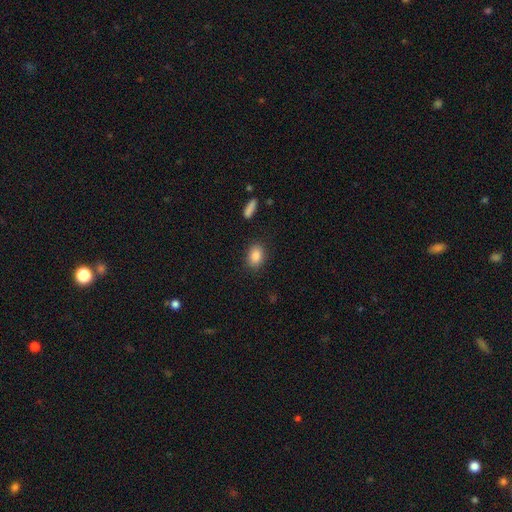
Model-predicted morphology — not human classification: Smooth or featured?
  - smooth: 86% *
  - star or artifact: 8%
  - featured or disk: 6%
How rounded?
  - in between: 75% *
  - round: 23%
  - cigar-shaped: 2%
Merging?
  - none: 85% *
  - minor disturbance: 10%
  - major disturbance: 3%
  - merger: 2%